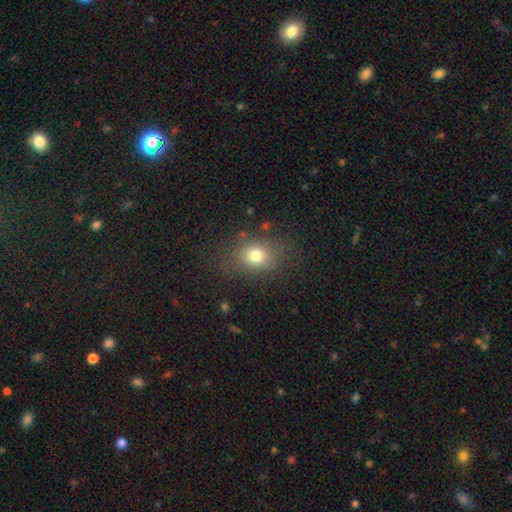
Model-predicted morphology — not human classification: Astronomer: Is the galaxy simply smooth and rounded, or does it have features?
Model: smooth — 76%.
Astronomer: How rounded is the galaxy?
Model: round — 53% (runner-up: in between, 46%).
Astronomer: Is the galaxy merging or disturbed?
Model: none — 77%.